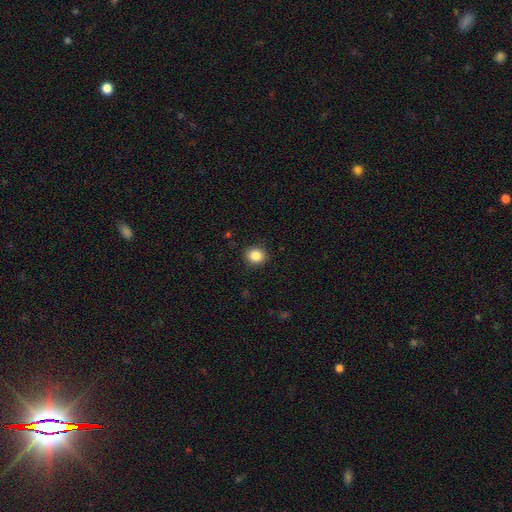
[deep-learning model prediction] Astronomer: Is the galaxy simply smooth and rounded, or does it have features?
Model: smooth — 85%.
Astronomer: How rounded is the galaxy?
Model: round — 81%.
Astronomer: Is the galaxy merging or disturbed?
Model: none — 90%.